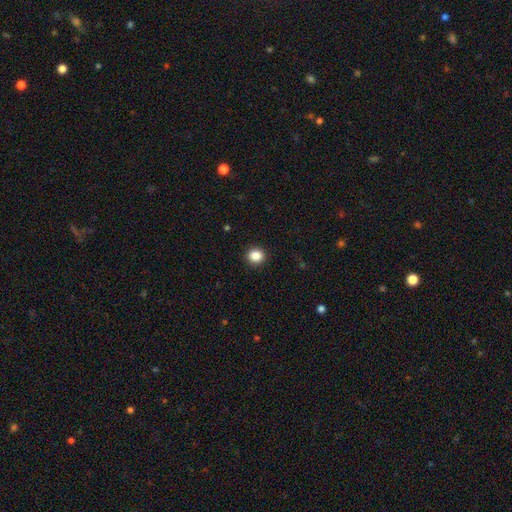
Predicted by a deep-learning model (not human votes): This appears to be a smooth galaxy with no disk features (86%) that is round (88%). Merging: none (92%).